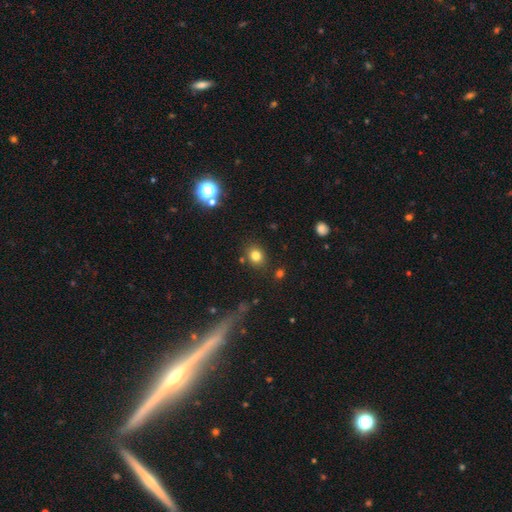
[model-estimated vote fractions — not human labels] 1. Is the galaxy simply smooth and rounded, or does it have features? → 80% smooth, 13% star or artifact, 7% featured or disk.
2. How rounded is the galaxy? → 60% round, 39% in between, 1% cigar-shaped.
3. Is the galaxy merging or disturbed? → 82% none, 10% minor disturbance, 5% merger, 3% major disturbance.